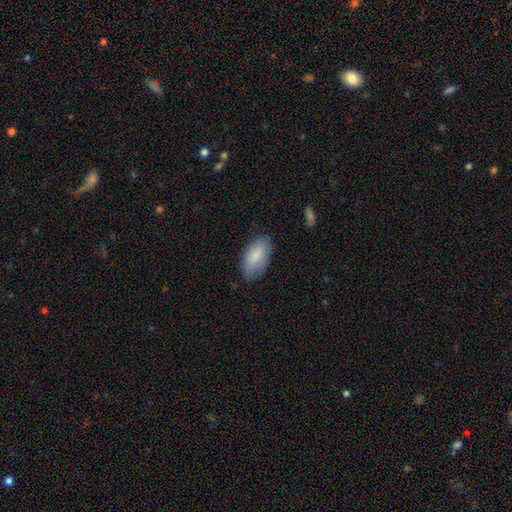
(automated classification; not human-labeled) Q: Smooth or featured?
A: smooth (84%); runner-up: featured or disk (10%)
Q: How rounded?
A: in between (94%); runner-up: cigar-shaped (3%)
Q: Merging?
A: none (81%); runner-up: minor disturbance (15%)